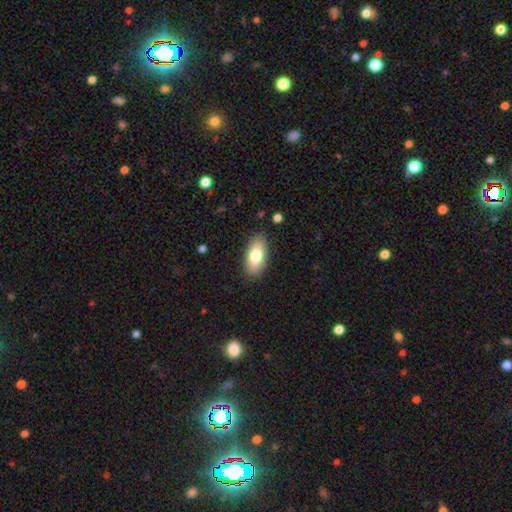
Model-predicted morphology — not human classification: smooth-or-featured: smooth: 77% | featured or disk: 17% | star or artifact: 7%
  how-rounded: in between: 87% | cigar-shaped: 9% | round: 3%
  merging: none: 87% | minor disturbance: 10% | major disturbance: 2% | merger: 1%